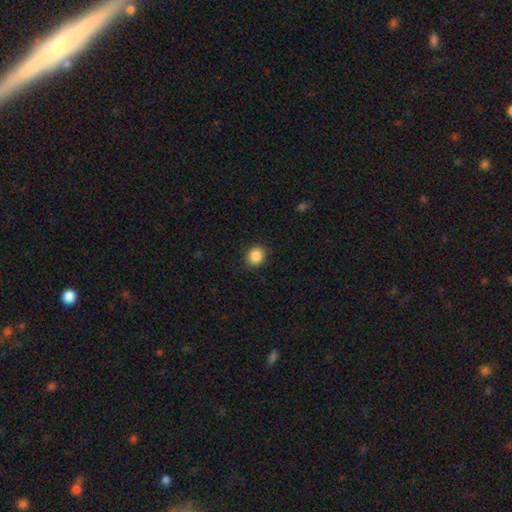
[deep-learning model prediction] A smooth galaxy with no disk features (88%) that is round (67%). Merging: none (89%).